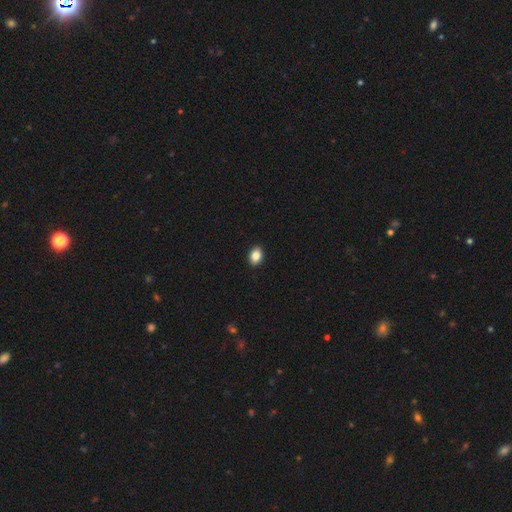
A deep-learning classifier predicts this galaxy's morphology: This is clearly a smooth galaxy (86%). How rounded: likely in between (76%). Merging: clearly none (92%).